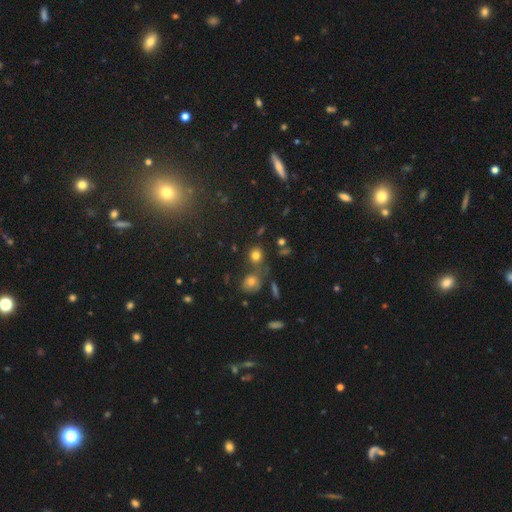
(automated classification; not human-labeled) Smooth or featured?
  - smooth: 76% *
  - star or artifact: 15%
  - featured or disk: 9%
How rounded?
  - round: 79% *
  - in between: 19%
  - cigar-shaped: 1%
Merging?
  - none: 64% *
  - merger: 21%
  - minor disturbance: 11%
  - major disturbance: 5%